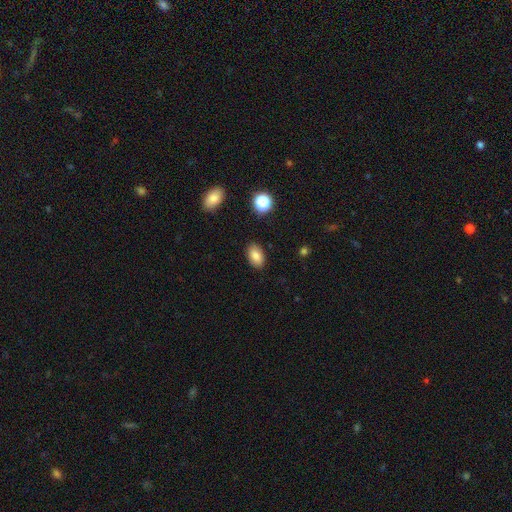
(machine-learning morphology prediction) Smooth or featured? smooth (83%)
How rounded? in between (90%)
Merging? none (87%)